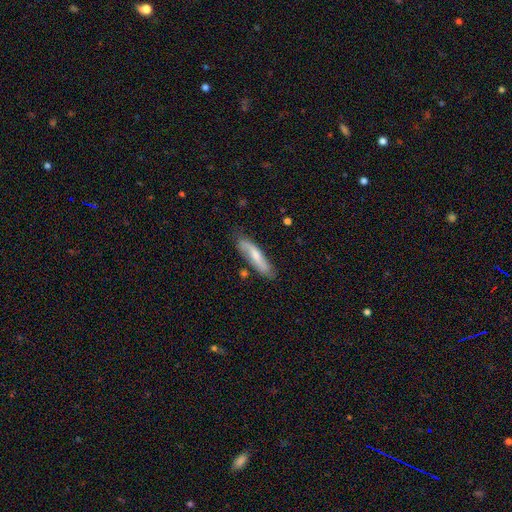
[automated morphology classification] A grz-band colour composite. It shows a smooth galaxy with no disk features (48%). Merging: none (70%).